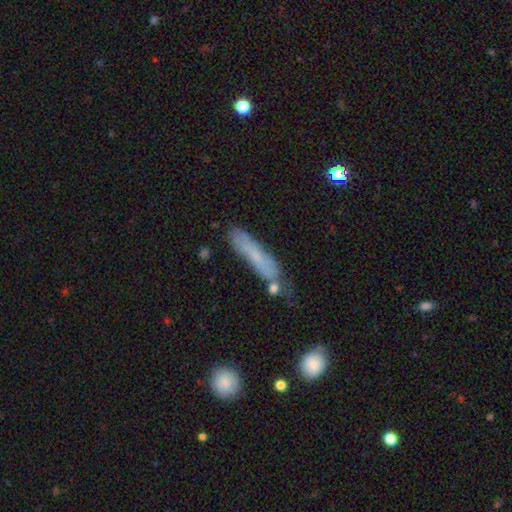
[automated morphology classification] Q: Smooth or featured?
A: smooth (61%); runner-up: featured or disk (31%)
Q: How rounded?
A: cigar-shaped (85%); runner-up: in between (12%)
Q: Merging?
A: none (63%); runner-up: minor disturbance (22%)